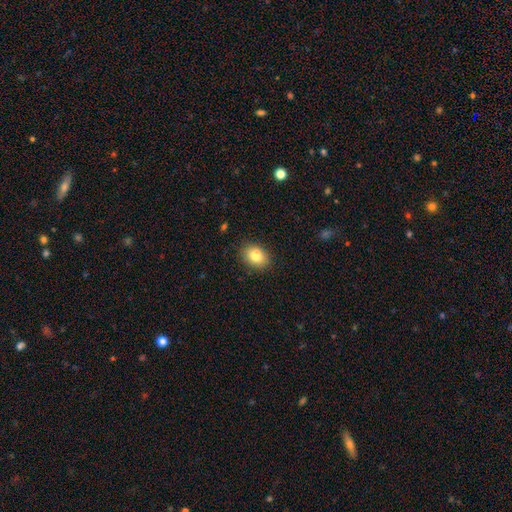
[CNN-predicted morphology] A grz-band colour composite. It shows a smooth galaxy with no disk features (82%) that is in between round and cigar-shaped (67%). Merging: none (83%).